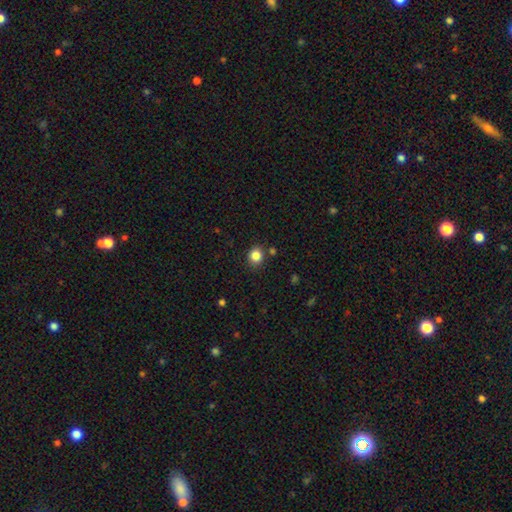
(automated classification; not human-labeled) smooth-or-featured: smooth: 84% | star or artifact: 11% | featured or disk: 5%
  how-rounded: round: 78% | in between: 21% | cigar-shaped: 1%
  merging: none: 84% | minor disturbance: 9% | merger: 4% | major disturbance: 3%